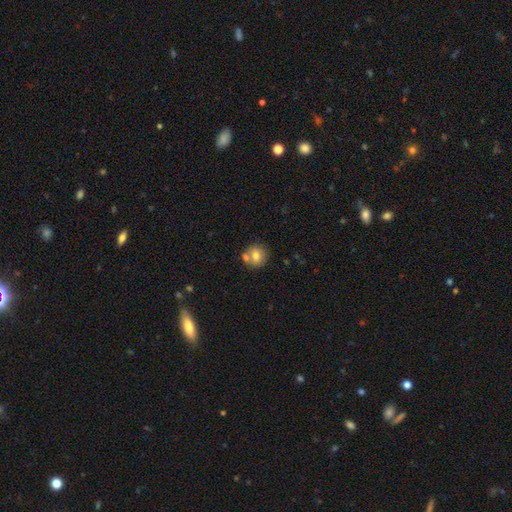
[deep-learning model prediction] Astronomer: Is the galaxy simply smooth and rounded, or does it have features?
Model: smooth — 72%.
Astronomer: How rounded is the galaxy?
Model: round — 83%.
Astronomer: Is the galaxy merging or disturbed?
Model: none — 60%.